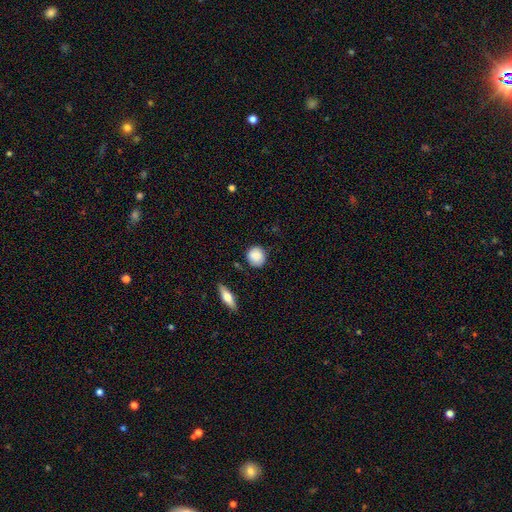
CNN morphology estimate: Smooth or featured? smooth (86%)
How rounded? round (86%)
Merging? none (81%)